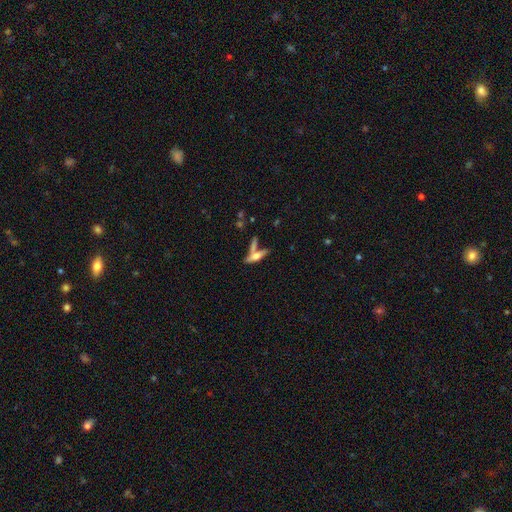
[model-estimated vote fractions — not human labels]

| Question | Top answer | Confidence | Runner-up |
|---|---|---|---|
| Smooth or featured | smooth | 46% | featured or disk (44%) |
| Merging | none | 52% | merger (30%) |